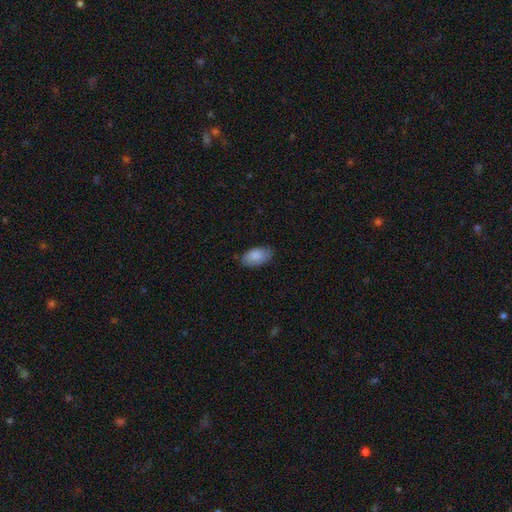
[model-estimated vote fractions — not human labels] A smooth galaxy with no disk features (85%) that is in between round and cigar-shaped (95%). Merging: none (74%).